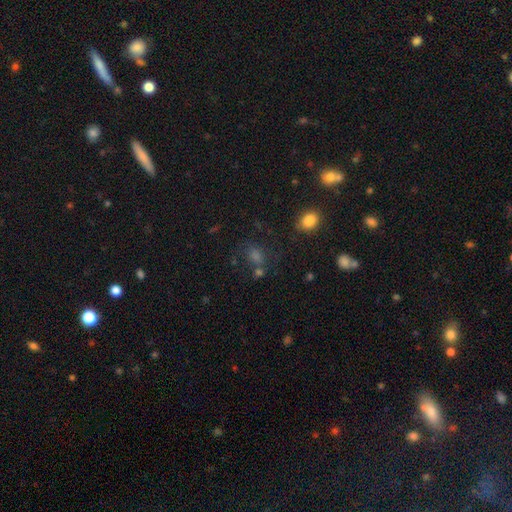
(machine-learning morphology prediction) This is possibly a smooth galaxy (50%). Merging: likely none (64%).